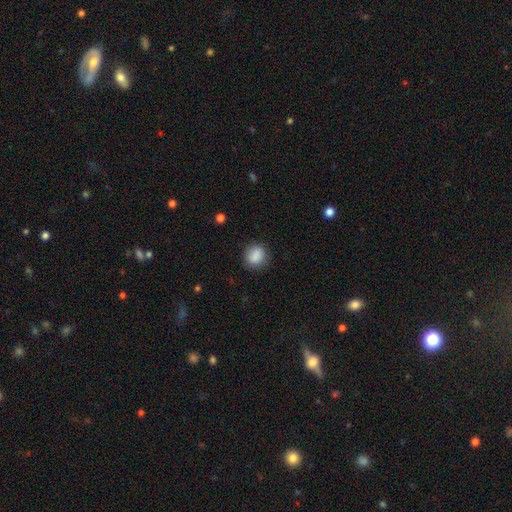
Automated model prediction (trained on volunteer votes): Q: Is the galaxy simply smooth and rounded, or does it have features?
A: smooth — 87%.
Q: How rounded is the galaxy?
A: round — 72%.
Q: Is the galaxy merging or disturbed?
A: none — 84%.